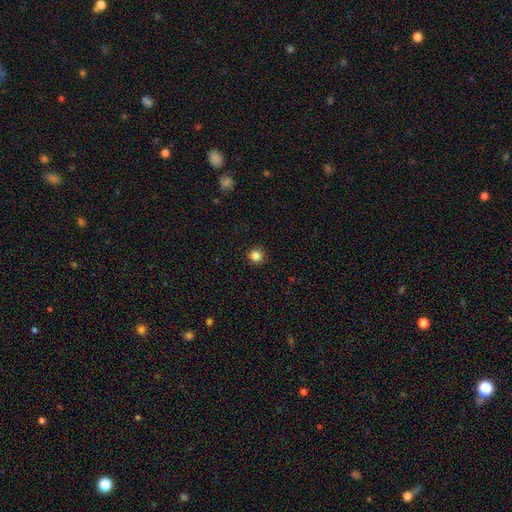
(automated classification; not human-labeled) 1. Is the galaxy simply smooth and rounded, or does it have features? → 85% smooth, 12% star or artifact, 3% featured or disk.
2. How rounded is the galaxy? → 94% round, 5% in between, 1% cigar-shaped.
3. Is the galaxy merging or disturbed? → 92% none, 5% minor disturbance, 2% major disturbance, 1% merger.